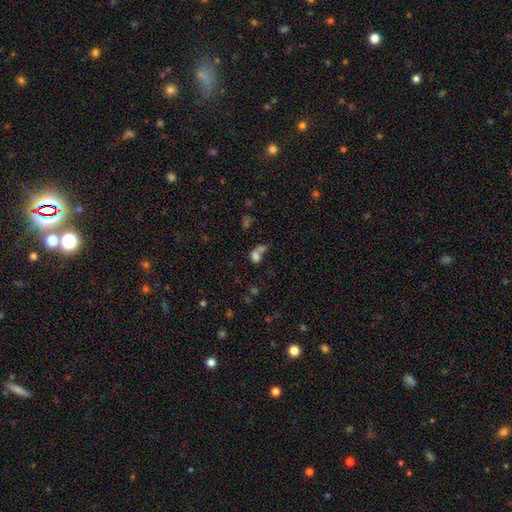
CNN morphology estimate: Overall: smooth (71%). How rounded: in between (65%; round 33%). Merging: merger (60%; none 23%).